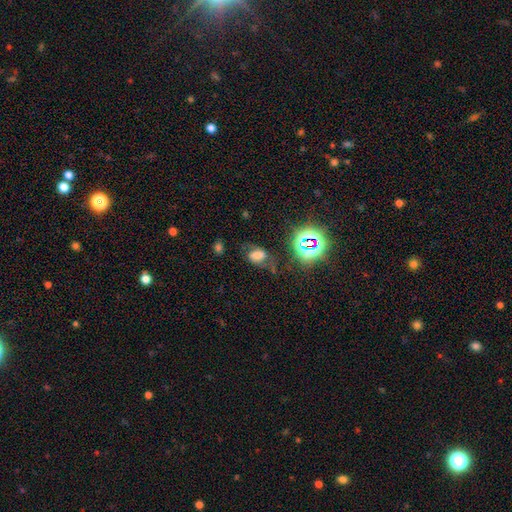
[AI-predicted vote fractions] This appears to be a smooth galaxy with no disk features (51%) that is in between round and cigar-shaped (79%). Merging: none (52%).